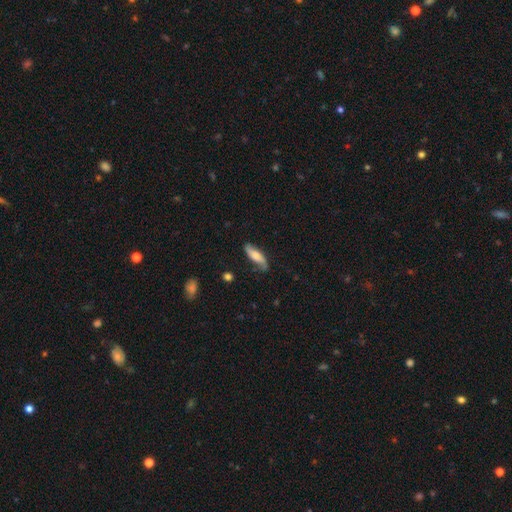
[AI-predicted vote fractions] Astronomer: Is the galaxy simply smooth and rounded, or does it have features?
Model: smooth — 55% (runner-up: featured or disk, 38%).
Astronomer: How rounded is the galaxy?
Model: in between — 49% (runner-up: cigar-shaped, 48%).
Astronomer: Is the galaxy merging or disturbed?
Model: none — 70%.